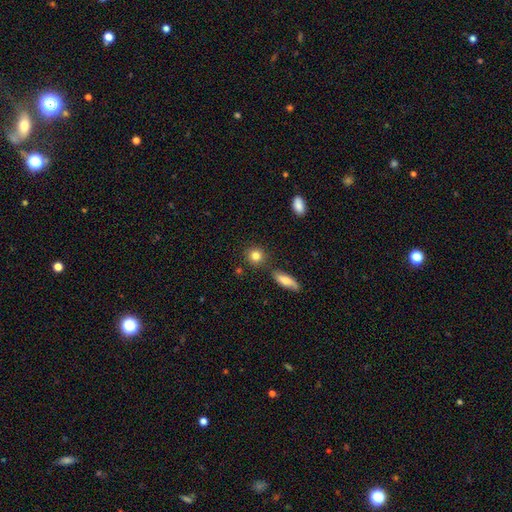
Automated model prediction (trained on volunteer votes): This appears to be a smooth galaxy with no disk features (83%) that is round (86%). Merging: none (79%).